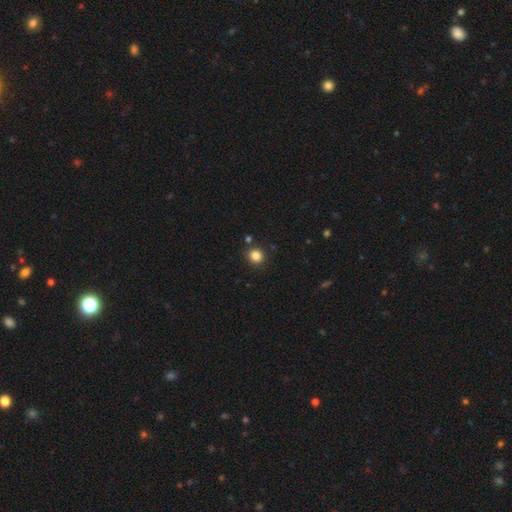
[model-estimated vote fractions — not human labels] Smooth or featured? Predicted: smooth (p=0.84). How rounded? Predicted: round (p=0.90). Merging? Predicted: none (p=0.87).